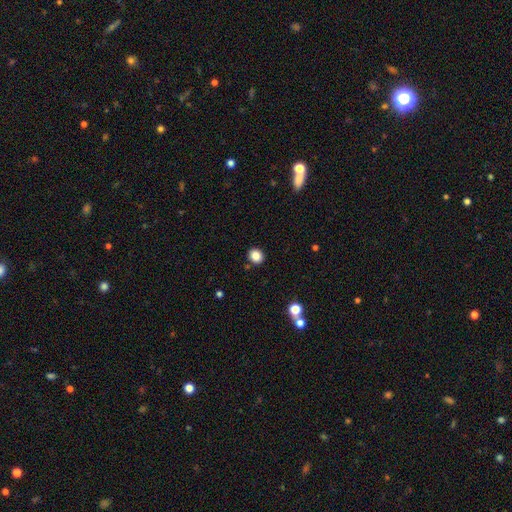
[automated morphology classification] smooth-or-featured: smooth: 85% | star or artifact: 11% | featured or disk: 4%
  how-rounded: round: 79% | in between: 20% | cigar-shaped: 1%
  merging: none: 89% | minor disturbance: 6% | merger: 2% | major disturbance: 2%